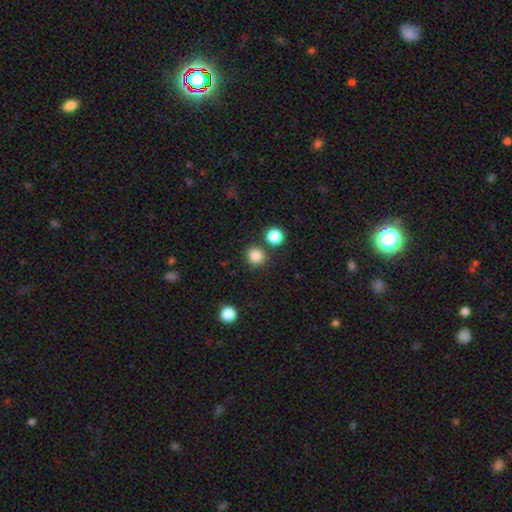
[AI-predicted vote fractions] smooth 85%, star or artifact 12%, featured or disk 4%. Down the decision tree: how rounded — round (92%); merging — none (85%).